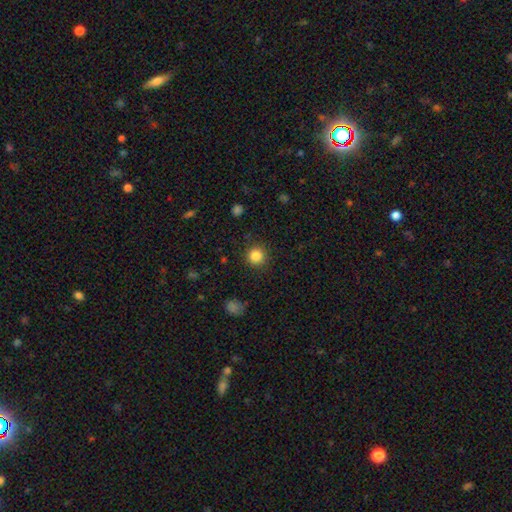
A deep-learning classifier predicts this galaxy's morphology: smooth-or-featured: smooth: 85% | star or artifact: 11% | featured or disk: 4%
  how-rounded: round: 94% | in between: 5% | cigar-shaped: 1%
  merging: none: 90% | minor disturbance: 6% | major disturbance: 3% | merger: 1%